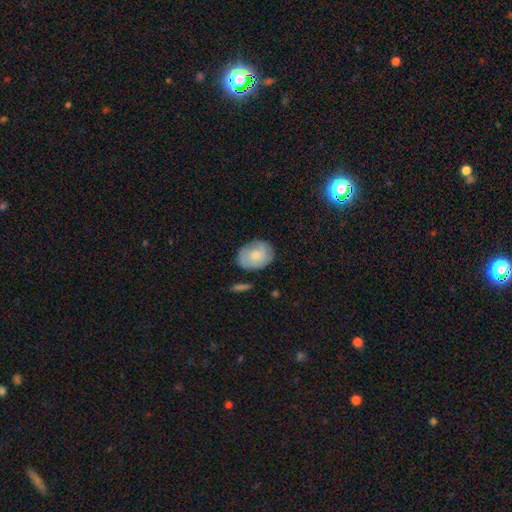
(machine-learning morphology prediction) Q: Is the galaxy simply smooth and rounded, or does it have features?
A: smooth — 68%.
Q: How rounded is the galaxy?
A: in between — 55%.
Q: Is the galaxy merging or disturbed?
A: none — 75%.